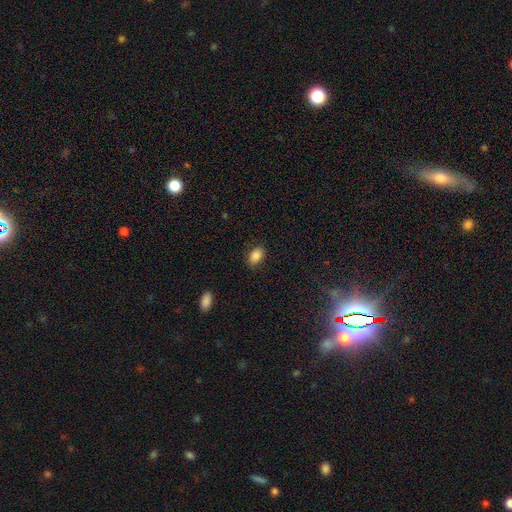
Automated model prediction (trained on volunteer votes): Q: Smooth or featured?
A: smooth (87%); runner-up: star or artifact (8%)
Q: How rounded?
A: in between (91%); runner-up: round (7%)
Q: Merging?
A: none (85%); runner-up: minor disturbance (11%)